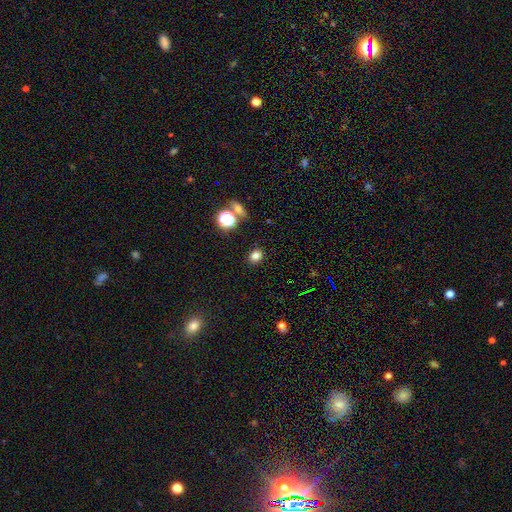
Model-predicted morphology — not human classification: smooth-or-featured: smooth: 78% | star or artifact: 15% | featured or disk: 6%
  how-rounded: round: 58% | in between: 40% | cigar-shaped: 1%
  merging: none: 88% | minor disturbance: 7% | major disturbance: 2% | merger: 2%